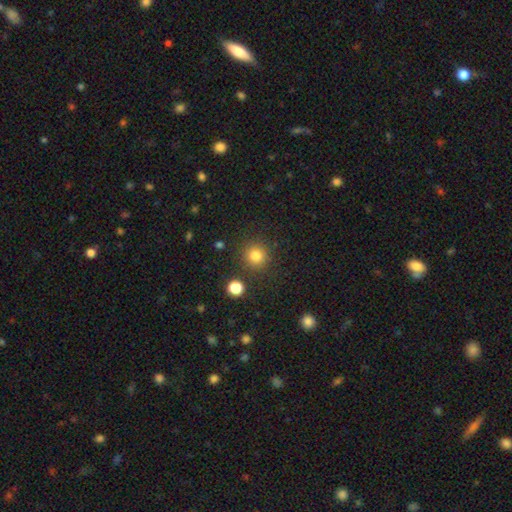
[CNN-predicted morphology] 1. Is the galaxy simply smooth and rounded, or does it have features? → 83% smooth, 13% star or artifact, 5% featured or disk.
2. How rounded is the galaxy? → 92% round, 7% in between, 1% cigar-shaped.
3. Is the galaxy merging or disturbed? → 86% none, 7% minor disturbance, 3% merger, 3% major disturbance.